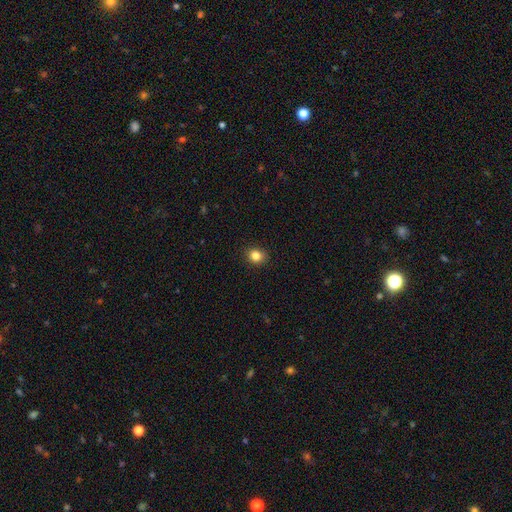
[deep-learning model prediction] The model was most divided on "how rounded": round: 70%, in between: 29%, cigar-shaped: 1%. More confident: merging — none (90%); smooth or featured — smooth (84%).